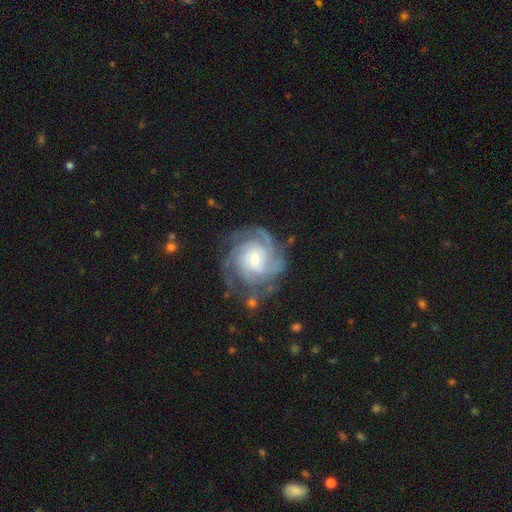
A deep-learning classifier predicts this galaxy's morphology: This is clearly a featured or disk galaxy (88%). It is clearly not viewed edge-on (98%). Bar: likely no (68%). Spiral arm pattern: clearly yes (98%). Spiral arm count: marginally 4 (30%). Spiral winding: likely tight (70%). Central bulge: possibly small (56%). Merging: likely none (75%).